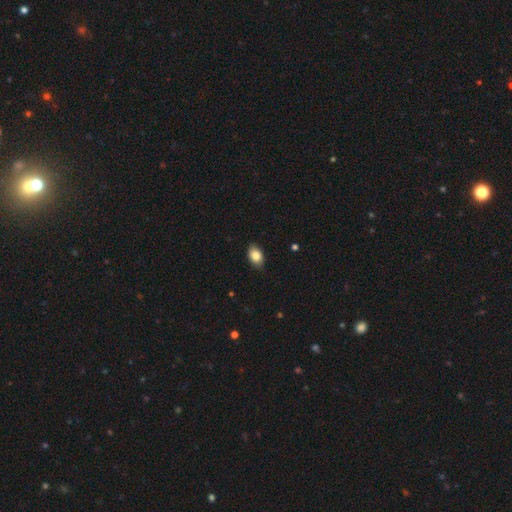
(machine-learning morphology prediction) Smooth or featured? Predicted: smooth (p=0.84). How rounded? Predicted: in between (p=0.86). Merging? Predicted: none (p=0.84).